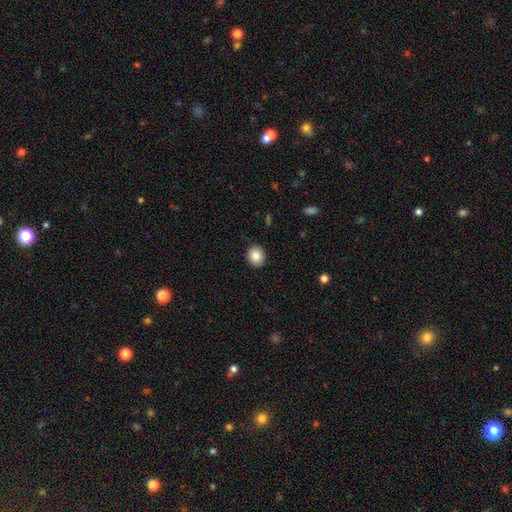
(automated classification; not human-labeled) smooth-or-featured: smooth: 85% | star or artifact: 9% | featured or disk: 7%
  how-rounded: round: 75% | in between: 24% | cigar-shaped: 1%
  merging: none: 89% | minor disturbance: 8% | major disturbance: 2% | merger: 1%